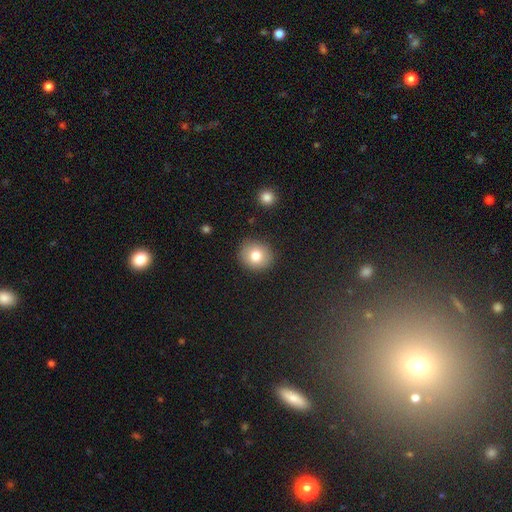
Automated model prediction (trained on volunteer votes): Smooth or featured?
  - smooth: 80% *
  - featured or disk: 10%
  - star or artifact: 10%
How rounded?
  - round: 81% *
  - in between: 18%
  - cigar-shaped: 1%
Merging?
  - none: 88% *
  - minor disturbance: 8%
  - major disturbance: 2%
  - merger: 2%